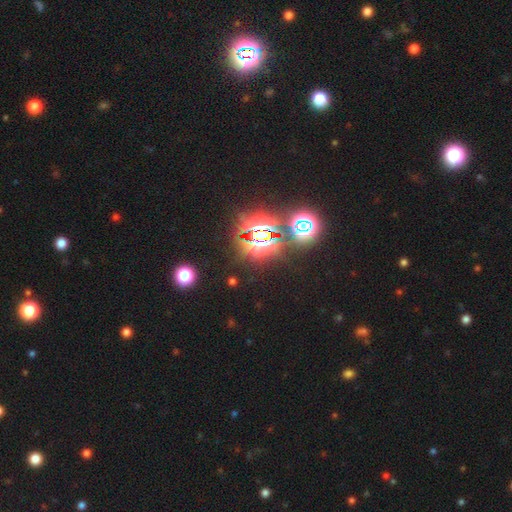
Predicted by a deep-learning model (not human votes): star or artifact 80%, smooth 15%, featured or disk 6%.